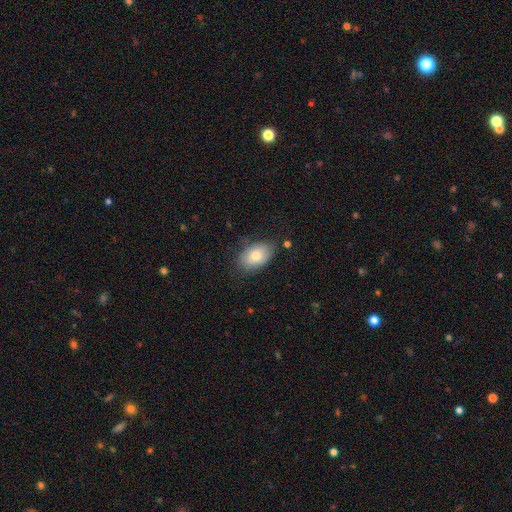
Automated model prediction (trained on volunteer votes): A smooth galaxy with no disk features (74%) that is in between round and cigar-shaped (89%).

Vote fractions:
- Smooth or featured? smooth: 74% / featured or disk: 19% / star or artifact: 7%
- How rounded? in between: 89% / round: 9% / cigar-shaped: 1%
- Merging? none: 73% / minor disturbance: 21% / major disturbance: 5% / merger: 2%